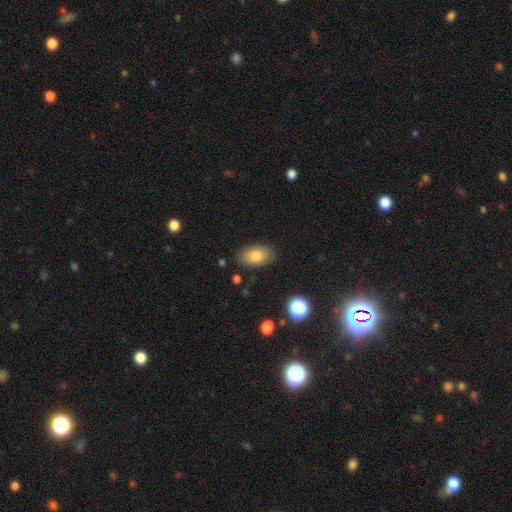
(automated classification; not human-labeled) Morphology: type=smooth (81%); roundness=in between (92%); merging=none (85%).